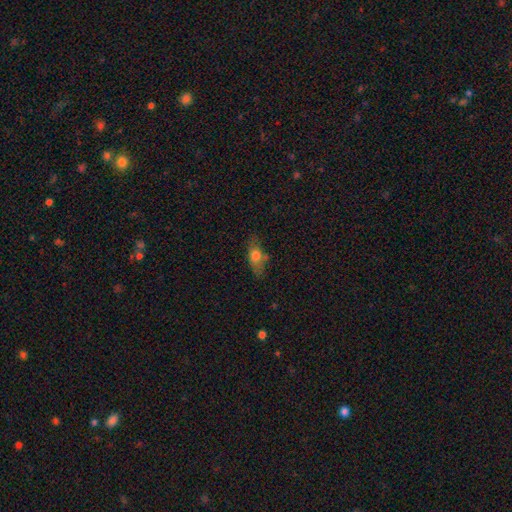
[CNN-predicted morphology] Smooth or featured: smooth — 69% (featured or disk — 22%)
How rounded: in between — 75% (cigar-shaped — 17%)
Merging: none — 59% (minor disturbance — 27%)